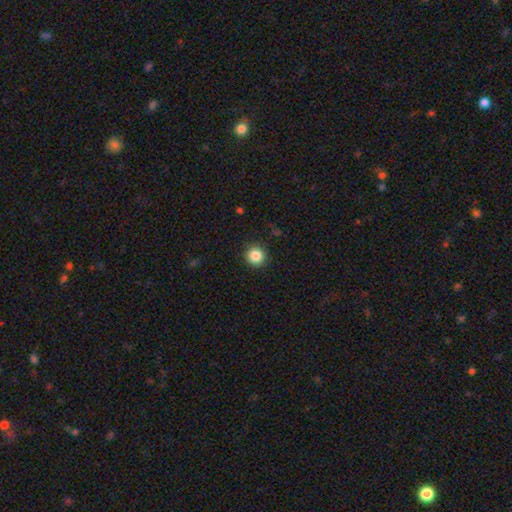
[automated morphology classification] type=smooth (85%); roundness=round (94%); merging=none (91%).